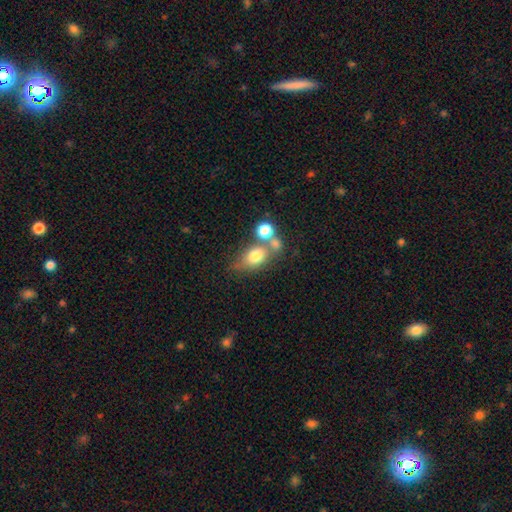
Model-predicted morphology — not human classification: Overall: smooth (73%). How rounded: in between (62%; round 35%). Merging: none (40%; merger 39%).